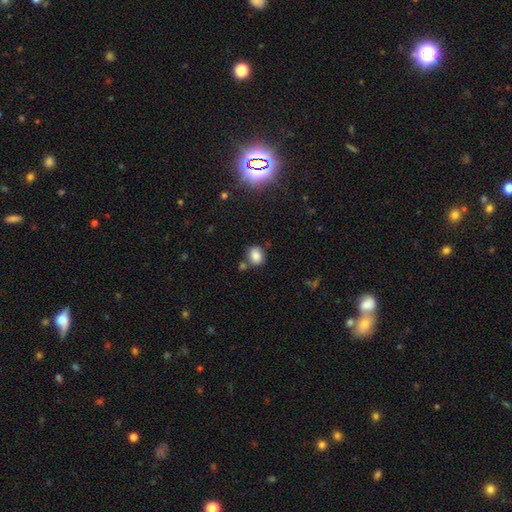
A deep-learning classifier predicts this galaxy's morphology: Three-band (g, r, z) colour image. It shows a smooth galaxy with no disk features (82%) that is round (57%). Merging: none (69%).